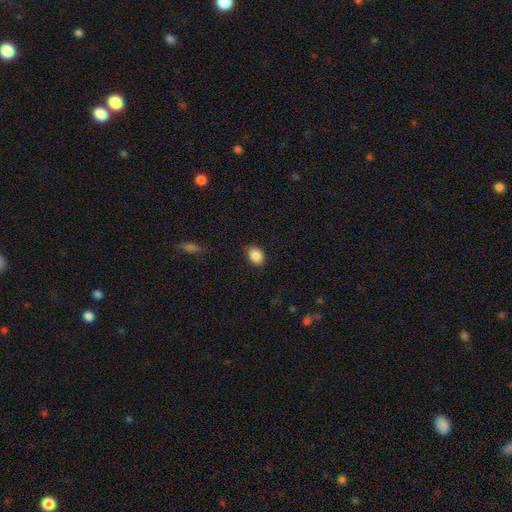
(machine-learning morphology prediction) Smooth or featured?
  - smooth: 88% *
  - star or artifact: 8%
  - featured or disk: 4%
How rounded?
  - in between: 59% *
  - round: 40%
  - cigar-shaped: 1%
Merging?
  - none: 84% *
  - minor disturbance: 12%
  - major disturbance: 3%
  - merger: 1%